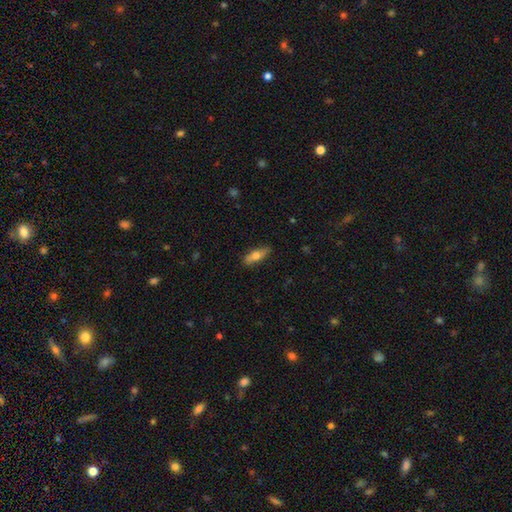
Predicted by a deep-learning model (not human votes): Smooth or featured? smooth (63%)
How rounded? in between (54%)
Merging? none (84%)